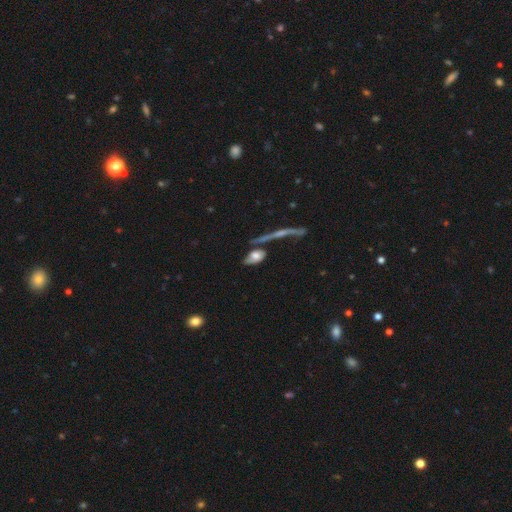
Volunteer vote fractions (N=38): Overall: smooth (53%; featured or disk 39%). How rounded: in between (75%). Merging: none (31%; minor disturbance 23%).